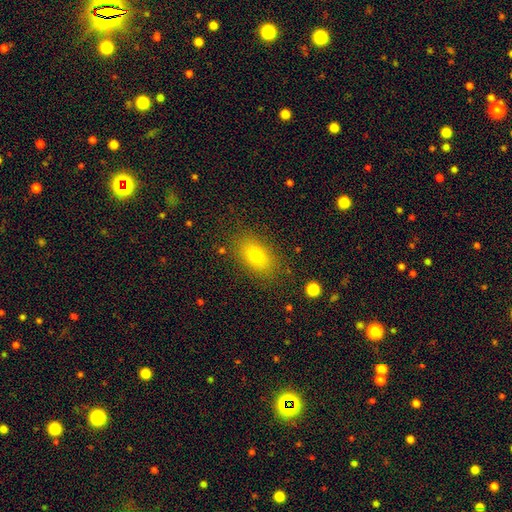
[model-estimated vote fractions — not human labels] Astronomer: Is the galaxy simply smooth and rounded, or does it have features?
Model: smooth — 76%.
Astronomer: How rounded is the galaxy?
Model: in between — 84%.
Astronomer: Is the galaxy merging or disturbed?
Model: none — 84%.